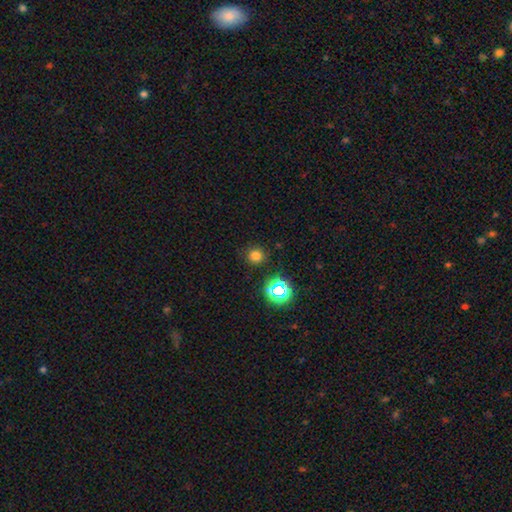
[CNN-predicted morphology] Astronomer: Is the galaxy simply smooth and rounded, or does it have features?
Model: smooth — 74%.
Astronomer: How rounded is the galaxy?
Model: round — 92%.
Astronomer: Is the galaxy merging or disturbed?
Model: none — 88%.